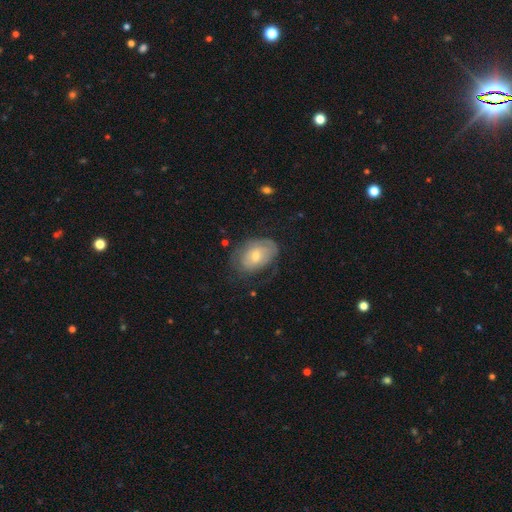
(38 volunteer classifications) Smooth or featured? smooth (47%, tied with featured or disk)
How rounded? in between (83%)
Merging? minor disturbance (44%)